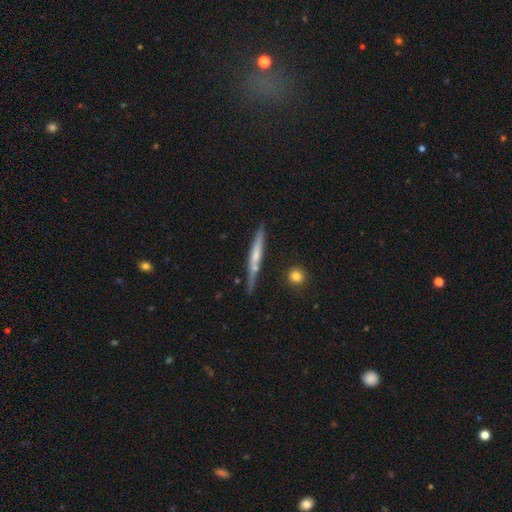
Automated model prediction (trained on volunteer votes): The model was most divided on "edge-on bulge": none: 49%, rounded: 43%, boxy: 8%. More confident: edge-on disk — yes (94%); merging — none (78%); smooth or featured — featured or disk (55%).